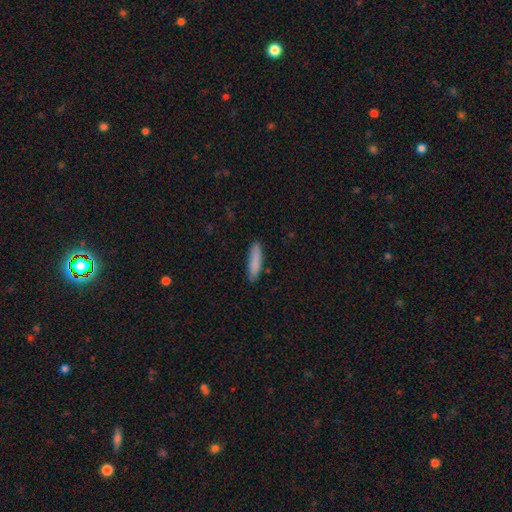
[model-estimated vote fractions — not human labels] smooth 85%, featured or disk 9%, star or artifact 7%. Down the decision tree: how rounded — cigar-shaped (85%); merging — none (88%).